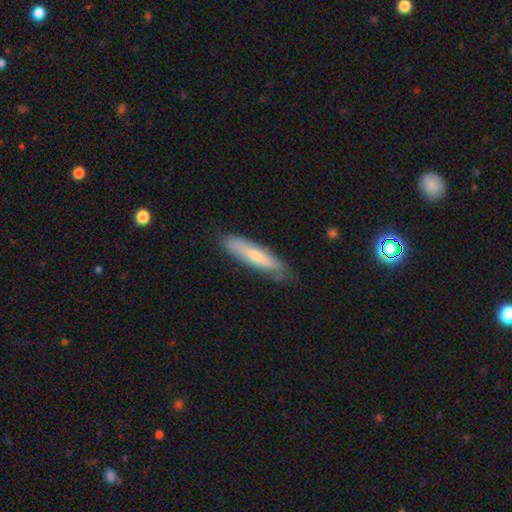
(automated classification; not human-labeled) Overall: smooth (61%; featured or disk 33%). How rounded: cigar-shaped (79%). Merging: none (76%).